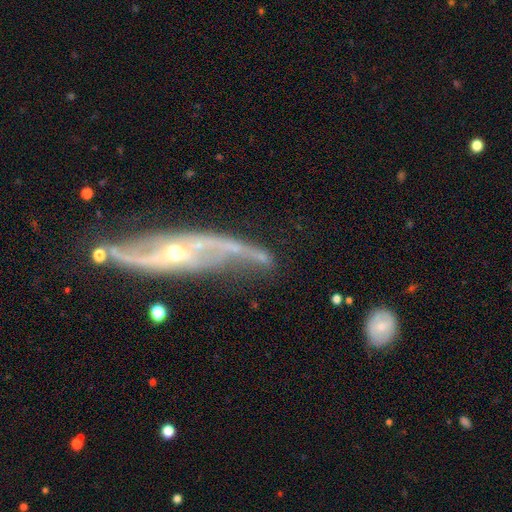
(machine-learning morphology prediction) type=featured or disk (66%); edge-on=no (72%); merging=none (35%).